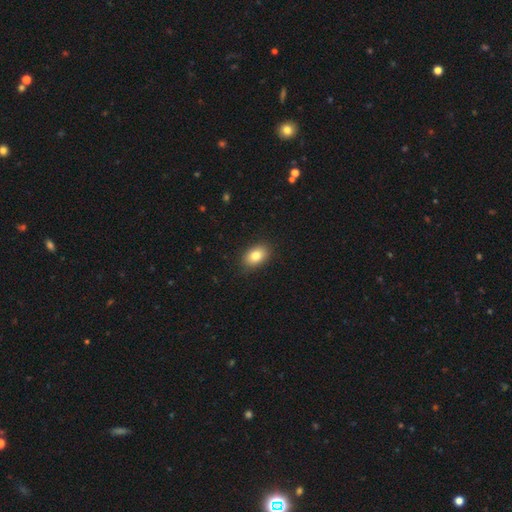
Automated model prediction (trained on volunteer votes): smooth_or_featured: smooth (p=0.82) [alt: featured or disk p=0.10]
how_rounded: in between (p=0.84) [alt: round p=0.15]
merging: none (p=0.87) [alt: minor disturbance p=0.10]